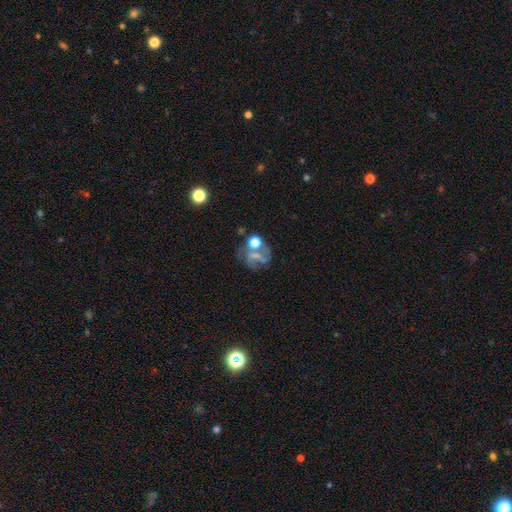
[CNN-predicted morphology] A featured or disk galaxy (46%). Merging: none (33%).